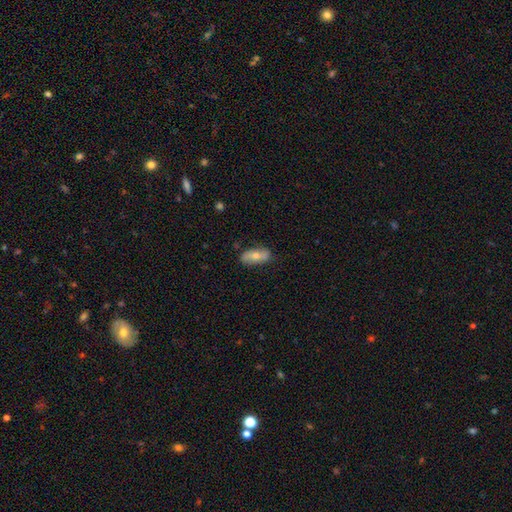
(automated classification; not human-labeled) Overall: smooth (46%; featured or disk 45%). Merging: none (82%).